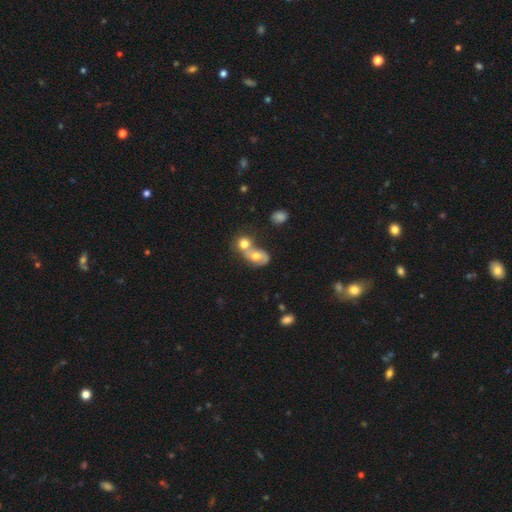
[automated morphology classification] A smooth galaxy with no disk features (51%) that is in between round and cigar-shaped (55%). Merging: merger (65%).